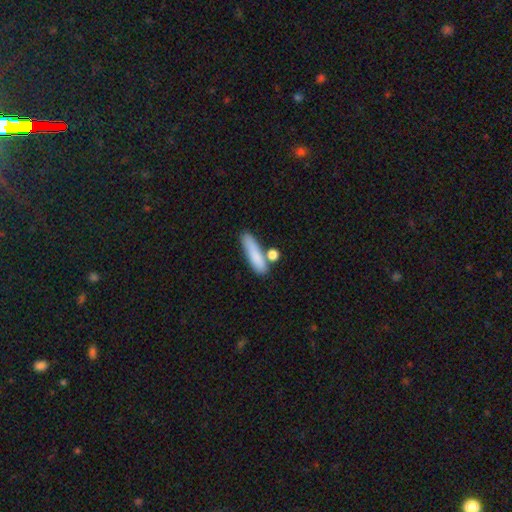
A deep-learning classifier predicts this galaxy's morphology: A smooth galaxy with no disk features (82%) that is cigar-shaped (72%).

Vote fractions:
- Smooth or featured? smooth: 82% / featured or disk: 11% / star or artifact: 7%
- How rounded? cigar-shaped: 72% / in between: 24% / round: 4%
- Merging? none: 64% / merger: 17% / minor disturbance: 14% / major disturbance: 5%